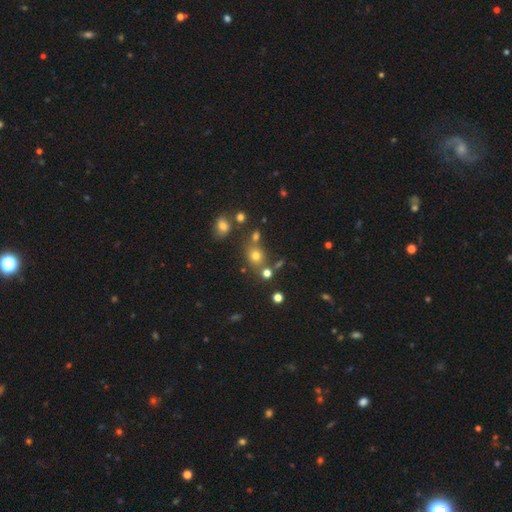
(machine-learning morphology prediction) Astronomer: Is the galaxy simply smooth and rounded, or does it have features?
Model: smooth — 67%.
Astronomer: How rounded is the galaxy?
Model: round — 72%.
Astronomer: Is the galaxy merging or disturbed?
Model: none — 68%.